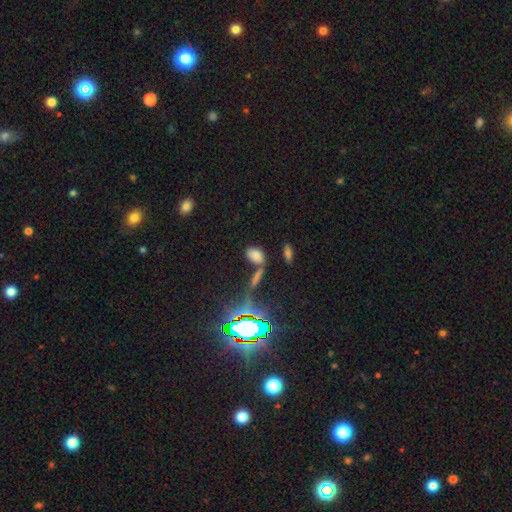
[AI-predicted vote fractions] smooth 71%, star or artifact 21%, featured or disk 9%. Down the decision tree: how rounded — in between (81%); merging — none (54%).